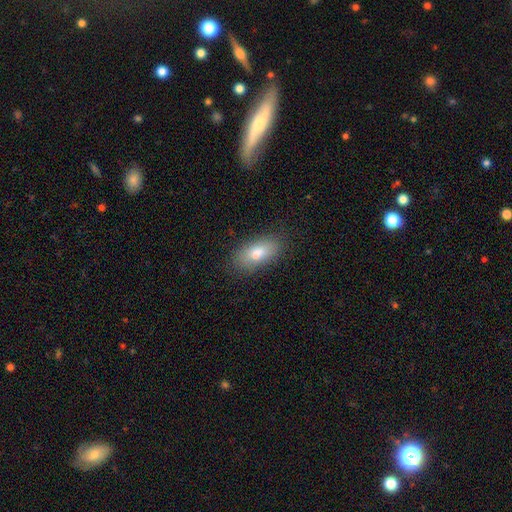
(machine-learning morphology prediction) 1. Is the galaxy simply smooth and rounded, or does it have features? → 79% smooth, 13% featured or disk, 8% star or artifact.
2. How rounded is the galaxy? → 89% in between, 7% cigar-shaped, 4% round.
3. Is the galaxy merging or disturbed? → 83% none, 12% minor disturbance, 3% major disturbance, 1% merger.